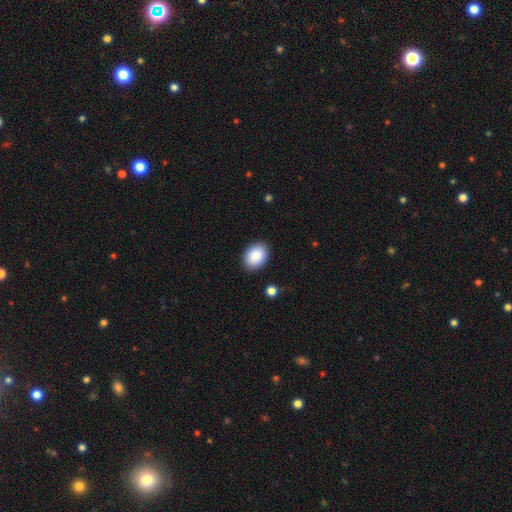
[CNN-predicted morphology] Q: Smooth or featured?
A: smooth (90%); runner-up: star or artifact (7%)
Q: How rounded?
A: in between (76%); runner-up: round (23%)
Q: Merging?
A: none (88%); runner-up: minor disturbance (9%)